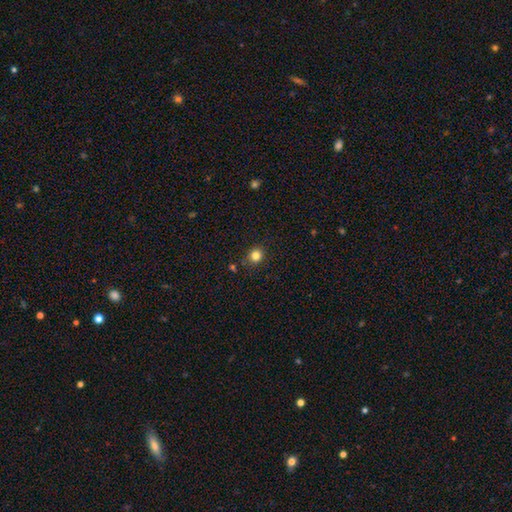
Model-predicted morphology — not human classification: Smooth or featured? smooth (83%)
How rounded? round (83%)
Merging? none (85%)